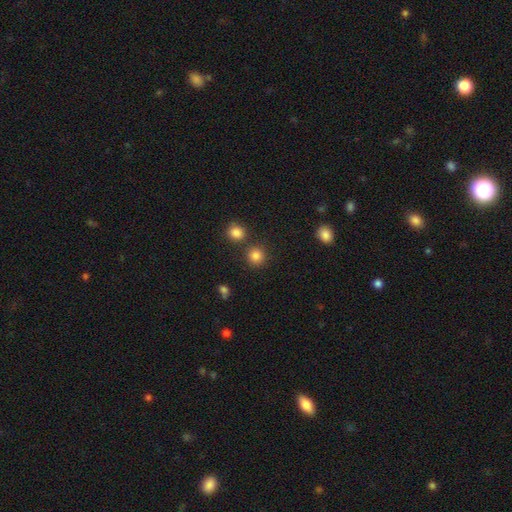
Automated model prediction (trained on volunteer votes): Q: Smooth or featured?
A: smooth (83%); runner-up: star or artifact (12%)
Q: How rounded?
A: round (91%); runner-up: in between (8%)
Q: Merging?
A: none (81%); runner-up: merger (9%)